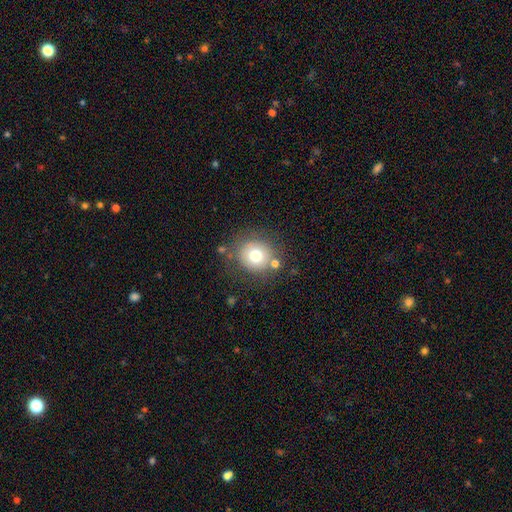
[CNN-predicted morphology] Q: Smooth or featured?
A: smooth (73%); runner-up: featured or disk (15%)
Q: How rounded?
A: round (86%); runner-up: in between (13%)
Q: Merging?
A: none (75%); runner-up: minor disturbance (12%)